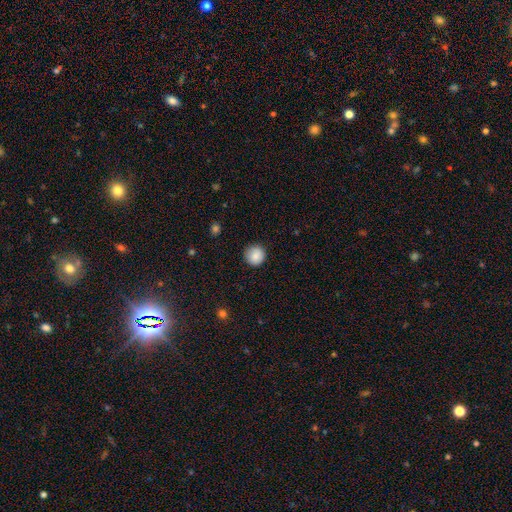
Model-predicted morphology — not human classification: Q: Smooth or featured?
A: smooth (87%); runner-up: star or artifact (8%)
Q: How rounded?
A: round (95%); runner-up: in between (4%)
Q: Merging?
A: none (90%); runner-up: minor disturbance (7%)